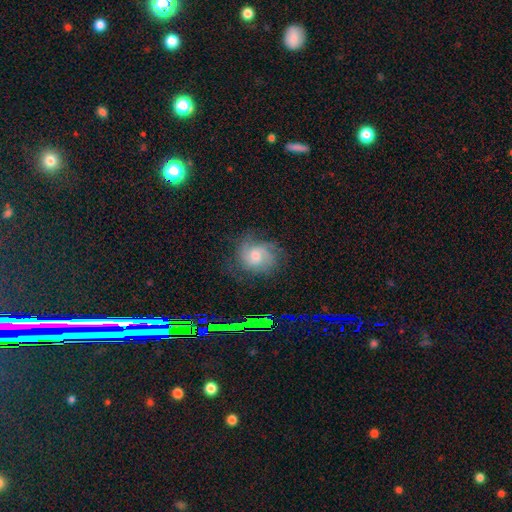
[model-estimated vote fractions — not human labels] Smooth or featured?
  - featured or disk: 68% *
  - smooth: 21%
  - star or artifact: 11%
Edge-on disk?
  - no: 97% *
  - yes: 3%
Bar?
  - no: 61% *
  - weak: 34%
  - strong: 5%
Spiral arms?
  - yes: 93% *
  - no: 7%
Spiral winding?
  - tight: 44% *
  - medium: 42%
  - loose: 14%
Spiral arm count?
  - 2: 29% *
  - 3: 28%
  - can't tell: 27%
  - 4: 6%
  - 1: 5%
  - more than 4: 4%
Bulge size?
  - moderate: 57% *
  - small: 28%
  - large: 9%
  - none: 5%
  - dominant: 1%
Merging?
  - none: 66% *
  - minor disturbance: 20%
  - major disturbance: 12%
  - merger: 2%